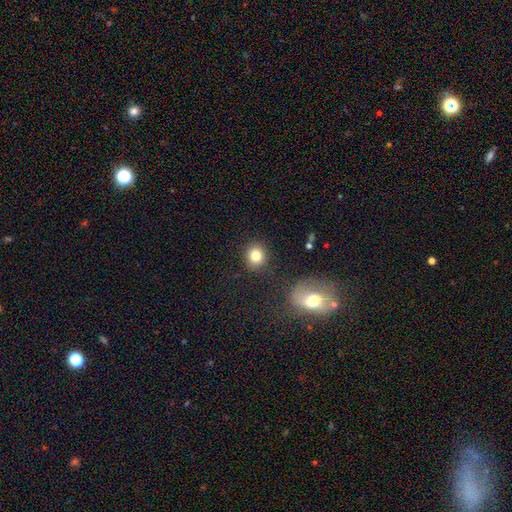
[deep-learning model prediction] Smooth or featured? smooth (82%)
How rounded? round (82%)
Merging? none (87%)